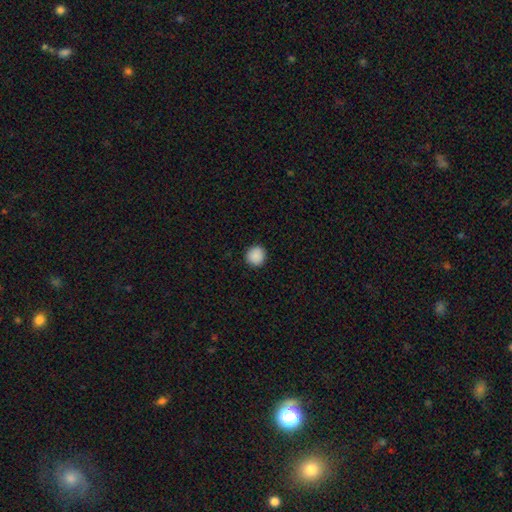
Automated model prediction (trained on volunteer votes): This is clearly a smooth galaxy (90%). How rounded: clearly round (92%). Merging: clearly none (92%).